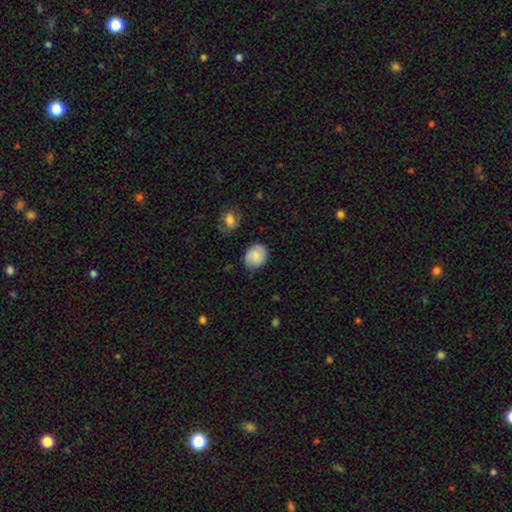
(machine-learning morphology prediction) This appears to be a smooth galaxy with no disk features (71%) that is round (55%). Merging: none (74%).